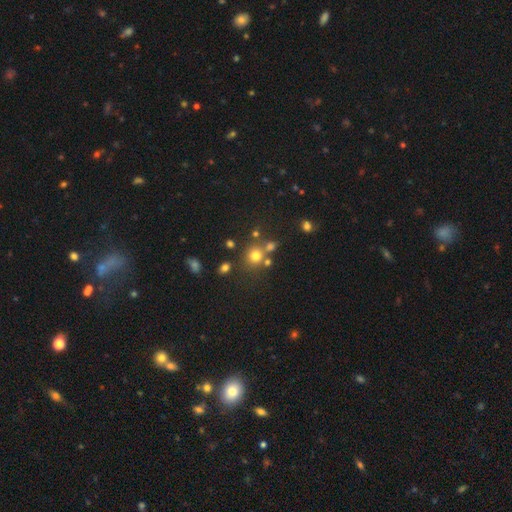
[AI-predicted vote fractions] This appears to be a smooth galaxy with no disk features (72%) that is round (85%). Merging: none (64%).